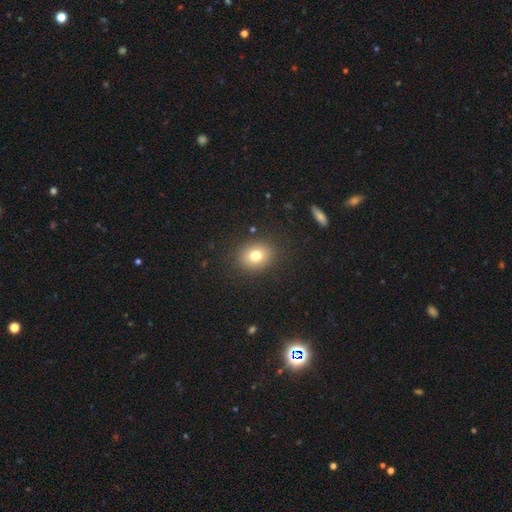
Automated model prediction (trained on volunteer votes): Smooth or featured: smooth — 77% (star or artifact — 12%)
How rounded: round — 60% (in between — 40%)
Merging: none — 88% (minor disturbance — 8%)